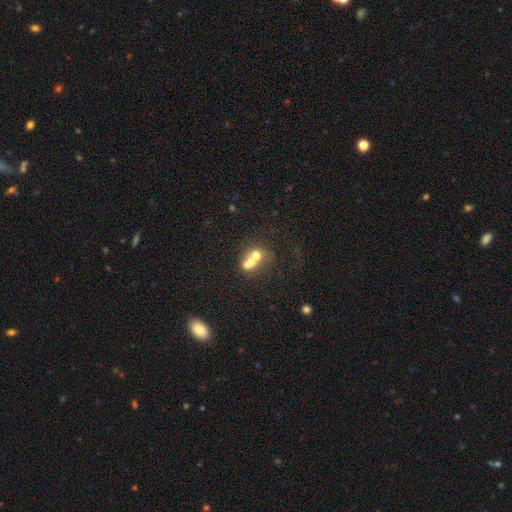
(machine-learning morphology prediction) This is possibly a smooth galaxy (54%). How rounded: likely round (67%). Merging: likely merger (64%).